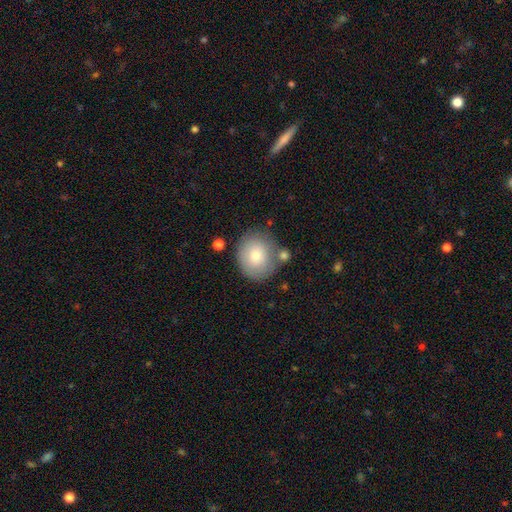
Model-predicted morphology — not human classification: This appears to be a smooth galaxy with no disk features (76%) that is round (73%). Merging: none (68%).